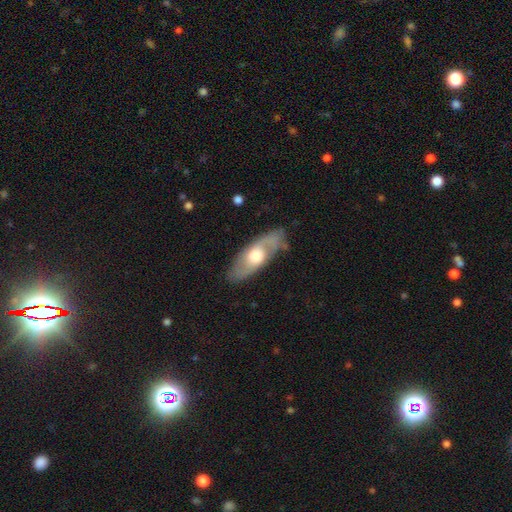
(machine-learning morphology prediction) A featured or disk galaxy (57%). Merging: none (79%).